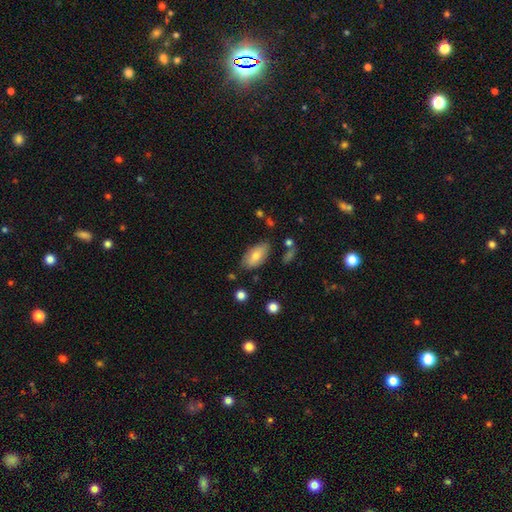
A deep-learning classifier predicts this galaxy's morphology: A smooth galaxy with no disk features (72%) that is in between round and cigar-shaped (91%). Merging: none (77%).